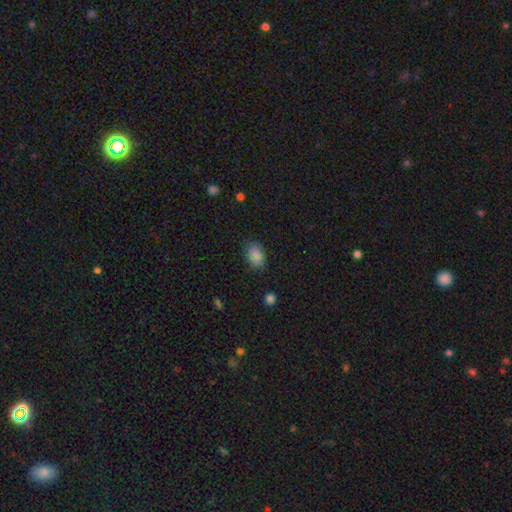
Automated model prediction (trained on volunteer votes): Smooth or featured?
  - smooth: 86% *
  - star or artifact: 9%
  - featured or disk: 5%
How rounded?
  - in between: 81% *
  - round: 18%
  - cigar-shaped: 1%
Merging?
  - none: 79% *
  - minor disturbance: 16%
  - major disturbance: 4%
  - merger: 1%